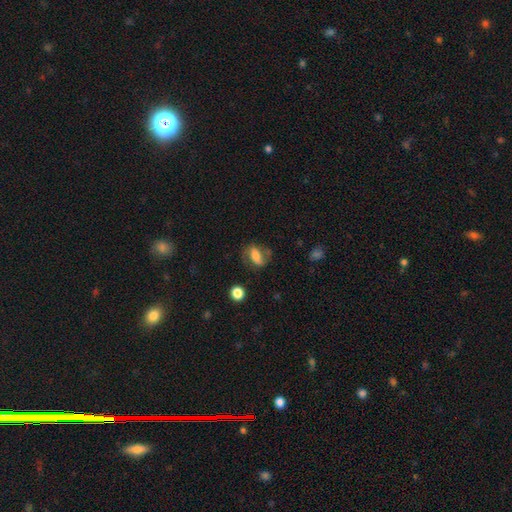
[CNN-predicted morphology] type=smooth (53%); roundness=in between (77%); merging=none (61%).